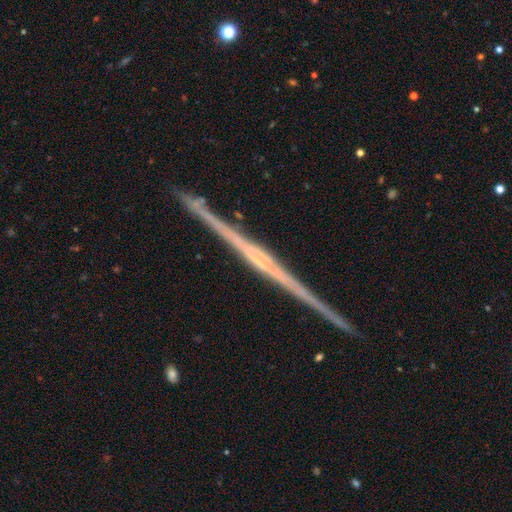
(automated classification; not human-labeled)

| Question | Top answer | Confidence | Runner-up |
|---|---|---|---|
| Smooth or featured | featured or disk | 87% | smooth (8%) |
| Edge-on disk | yes | 99% | no (1%) |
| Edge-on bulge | none | 42% | rounded (41%) |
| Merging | none | 92% | minor disturbance (6%) |